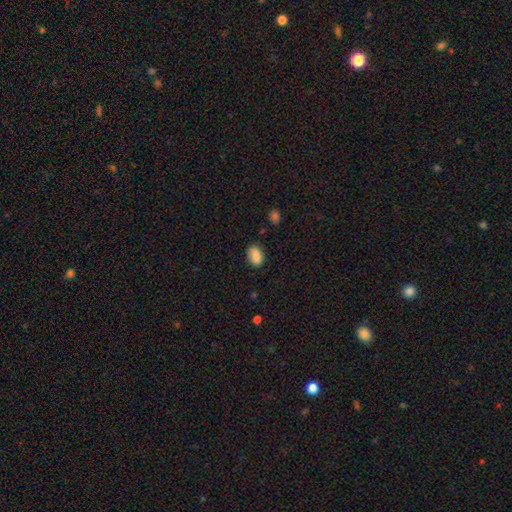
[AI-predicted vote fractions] Overall: smooth (87%). How rounded: in between (86%). Merging: none (81%).